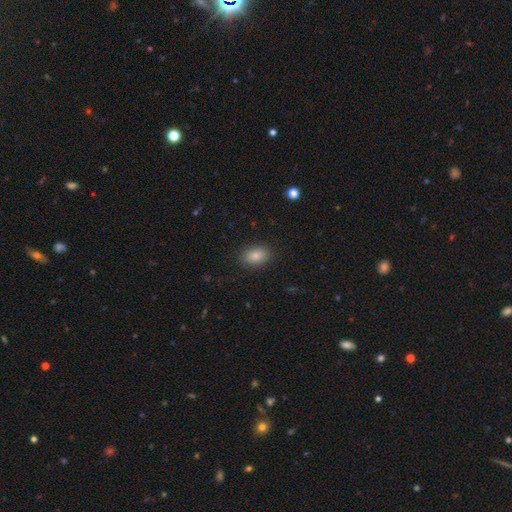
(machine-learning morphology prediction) Q: Smooth or featured?
A: smooth (85%); runner-up: star or artifact (8%)
Q: How rounded?
A: in between (89%); runner-up: round (9%)
Q: Merging?
A: none (88%); runner-up: minor disturbance (9%)